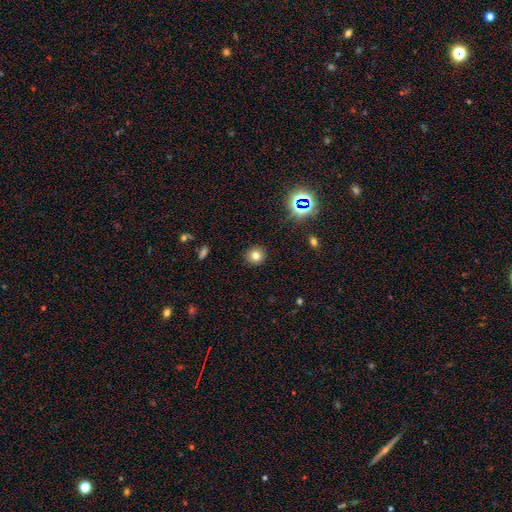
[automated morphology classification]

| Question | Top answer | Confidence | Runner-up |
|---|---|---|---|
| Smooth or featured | smooth | 76% | star or artifact (16%) |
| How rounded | round | 91% | in between (8%) |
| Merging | none | 91% | minor disturbance (6%) |